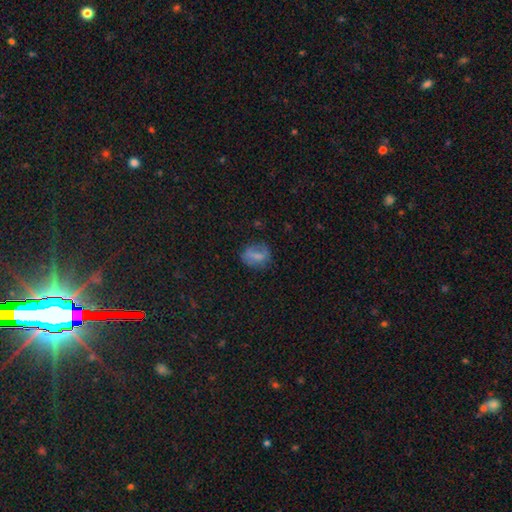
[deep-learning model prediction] Smooth or featured: smooth — 64% (featured or disk — 23%)
How rounded: in between — 50% (round — 47%)
Merging: none — 63% (minor disturbance — 23%)